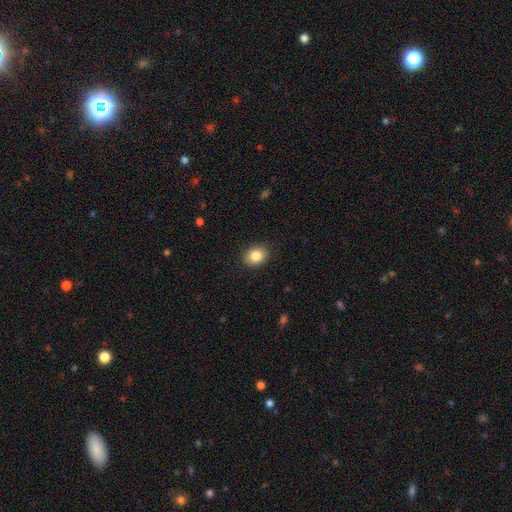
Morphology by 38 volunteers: Volunteers were most divided on "how rounded": in between: 73%, round: 27%, cigar-shaped: 0%. More confident: smooth or featured — smooth (97%); merging — none (84%).